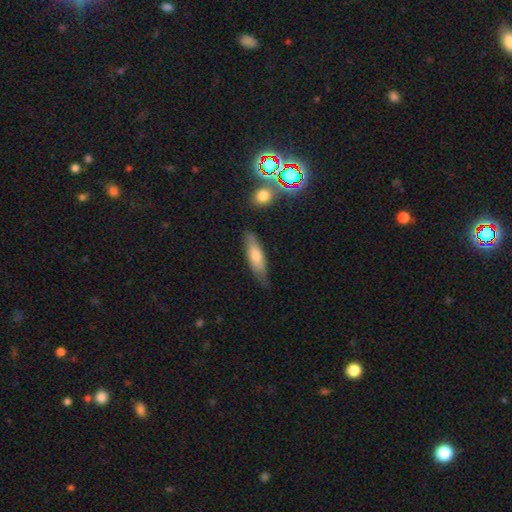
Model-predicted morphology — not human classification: type=smooth (63%); roundness=cigar-shaped (56%); merging=none (77%).